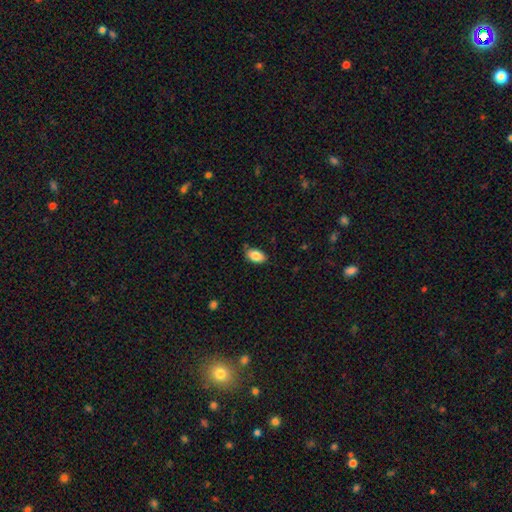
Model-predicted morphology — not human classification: Smooth or featured?
  - smooth: 85% *
  - featured or disk: 7%
  - star or artifact: 7%
How rounded?
  - in between: 93% *
  - round: 5%
  - cigar-shaped: 2%
Merging?
  - none: 81% *
  - minor disturbance: 15%
  - major disturbance: 2%
  - merger: 2%